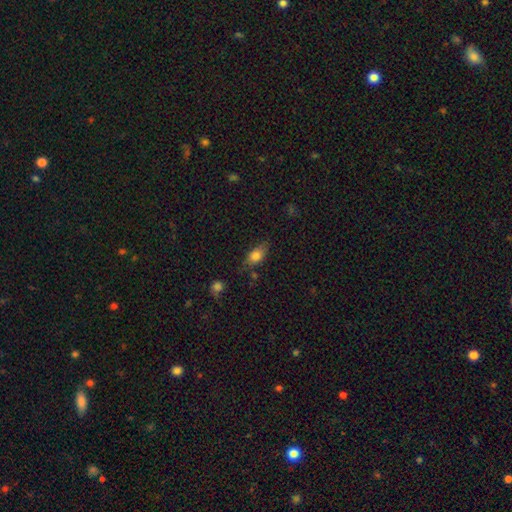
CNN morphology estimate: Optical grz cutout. It shows a smooth galaxy with no disk features (78%) that is in between round and cigar-shaped (82%). Merging: none (63%).